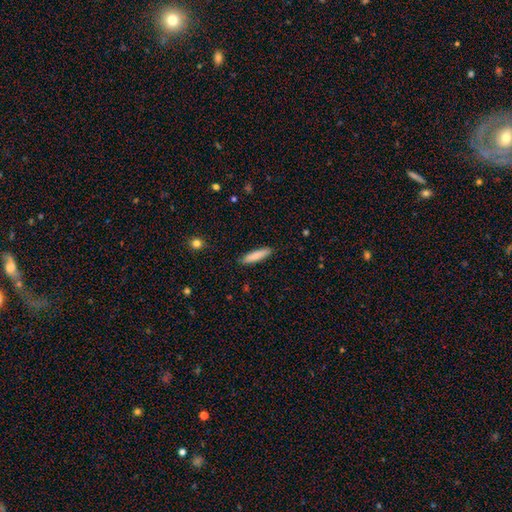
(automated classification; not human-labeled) Smooth or featured: smooth — 81% (featured or disk — 13%)
How rounded: cigar-shaped — 80% (in between — 19%)
Merging: none — 89% (minor disturbance — 8%)